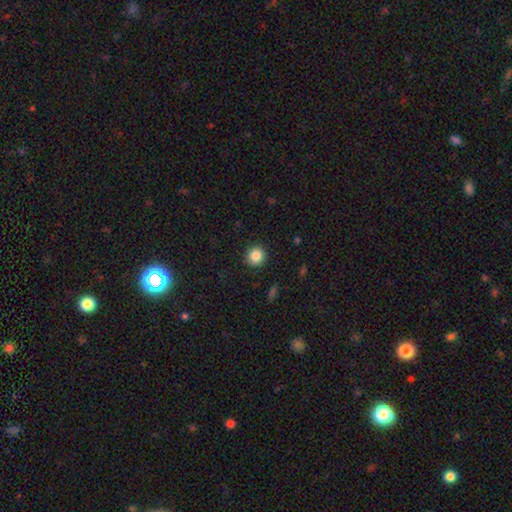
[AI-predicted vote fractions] Smooth or featured?
  - smooth: 85% *
  - star or artifact: 10%
  - featured or disk: 5%
How rounded?
  - round: 92% *
  - in between: 7%
  - cigar-shaped: 1%
Merging?
  - none: 92% *
  - minor disturbance: 5%
  - major disturbance: 2%
  - merger: 1%